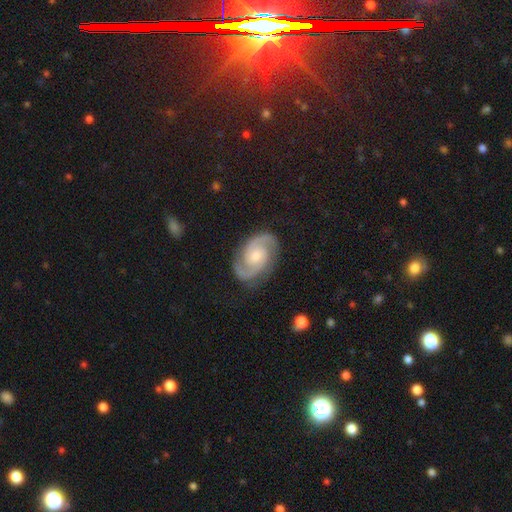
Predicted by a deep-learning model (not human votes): Overall: featured or disk (91%). Edge-on disk: no (98%). Bar: no (65%; weak 28%). Spiral arms: yes (98%). Spiral arm count: 2 (93%). Spiral winding: medium (50%; tight 43%). Bulge size: moderate (49%; small 45%). Merging: none (85%).